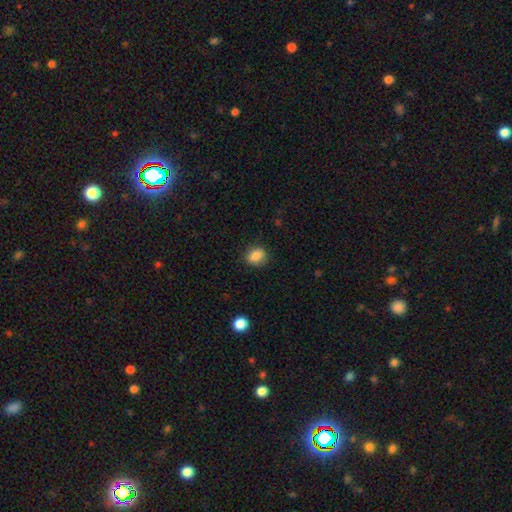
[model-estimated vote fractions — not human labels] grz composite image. It shows a smooth galaxy with no disk features (86%) that is round (50%). Merging: none (83%).